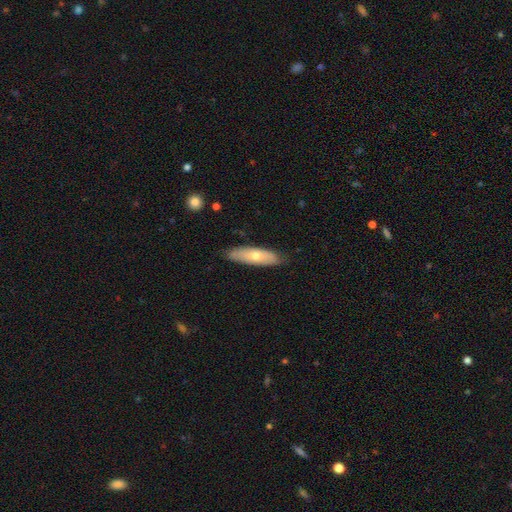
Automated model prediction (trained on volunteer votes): Morphology: type=smooth (57%); roundness=cigar-shaped (54%); merging=none (83%).